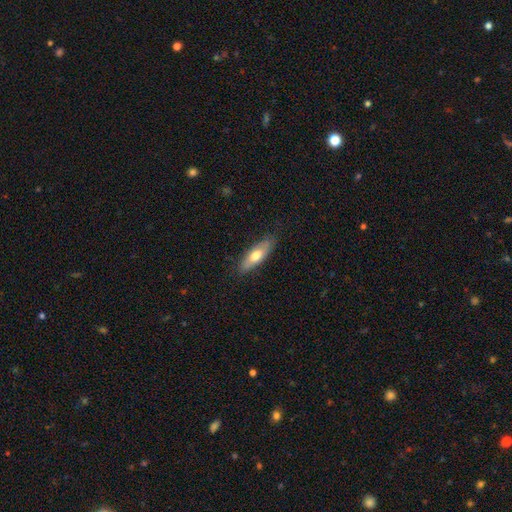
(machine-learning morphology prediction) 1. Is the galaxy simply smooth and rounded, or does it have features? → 65% smooth, 30% featured or disk, 6% star or artifact.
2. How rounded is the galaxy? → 54% in between, 44% cigar-shaped, 2% round.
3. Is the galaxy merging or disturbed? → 81% none, 15% minor disturbance, 3% major disturbance, 1% merger.